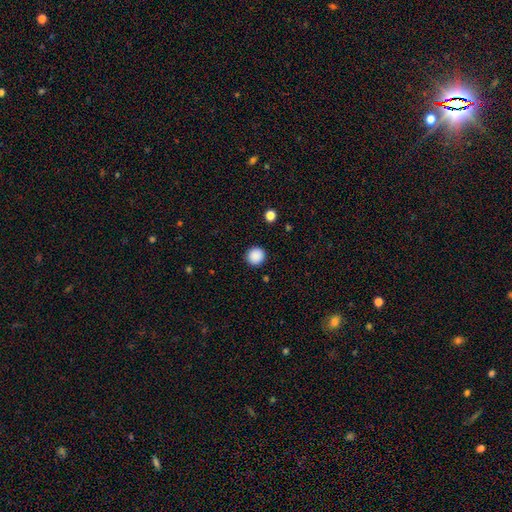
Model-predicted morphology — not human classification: smooth-or-featured: smooth: 89% | star or artifact: 9% | featured or disk: 2%
  how-rounded: round: 94% | in between: 5% | cigar-shaped: 1%
  merging: none: 91% | minor disturbance: 6% | major disturbance: 2% | merger: 1%